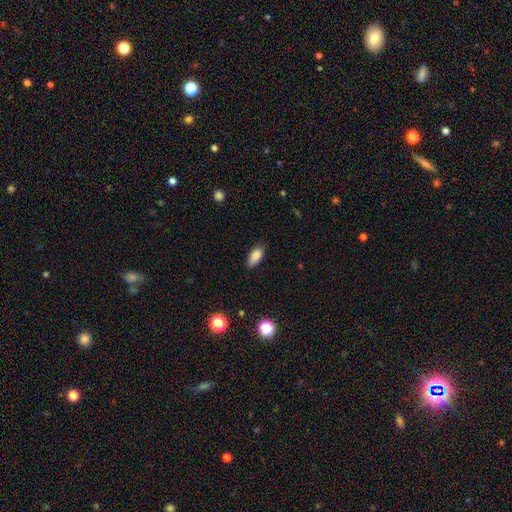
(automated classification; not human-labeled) Overall: smooth (87%). How rounded: in between (86%). Merging: none (83%).